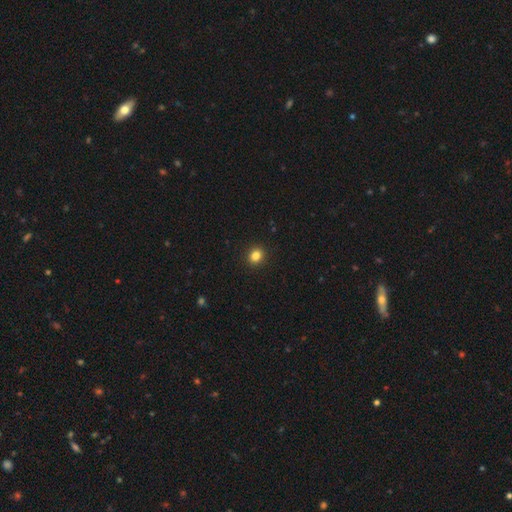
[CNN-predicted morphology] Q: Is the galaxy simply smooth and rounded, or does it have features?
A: smooth — 84%.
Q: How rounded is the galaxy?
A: round — 71%.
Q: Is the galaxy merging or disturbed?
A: none — 92%.